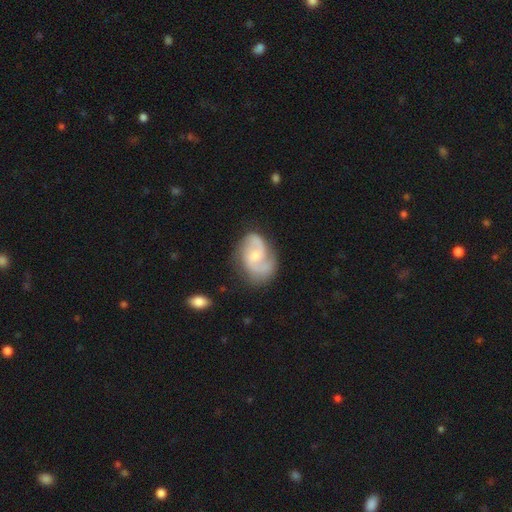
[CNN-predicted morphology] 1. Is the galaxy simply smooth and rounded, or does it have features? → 84% featured or disk, 11% smooth, 5% star or artifact.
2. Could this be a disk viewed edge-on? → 98% no, 2% yes.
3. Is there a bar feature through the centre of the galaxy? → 53% no, 40% weak, 6% strong.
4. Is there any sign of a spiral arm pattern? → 96% yes, 4% no.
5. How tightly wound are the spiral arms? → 53% medium, 26% loose, 21% tight.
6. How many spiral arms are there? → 87% 2, 5% can't tell, 4% 1, 2% 3, 1% 4, 1% more than 4.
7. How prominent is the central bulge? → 51% small, 43% moderate, 3% none, 2% large, 1% dominant.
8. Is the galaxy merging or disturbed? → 70% none, 20% minor disturbance, 8% major disturbance, 2% merger.